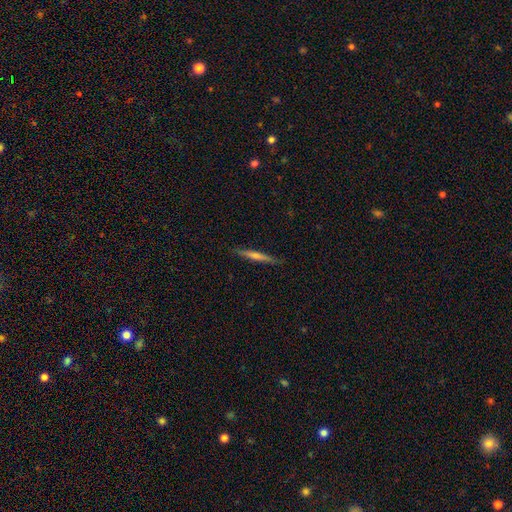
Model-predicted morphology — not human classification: A featured or disk galaxy (59%) viewed edge-on (97%) with a rounded central bulge (56%).

Vote fractions:
- Smooth or featured? featured or disk: 59% / smooth: 35% / star or artifact: 7%
- Edge-on disk? yes: 97% / no: 3%
- Edge-on bulge? rounded: 56% / none: 36% / boxy: 8%
- Merging? none: 90% / minor disturbance: 8% / major disturbance: 1% / merger: 1%